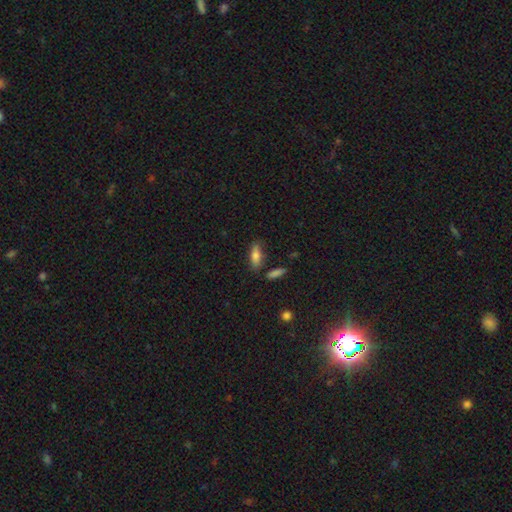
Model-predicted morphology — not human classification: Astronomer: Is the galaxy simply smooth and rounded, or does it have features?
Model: smooth — 76%.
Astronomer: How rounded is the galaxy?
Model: in between — 62%.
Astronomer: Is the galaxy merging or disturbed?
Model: none — 76%.